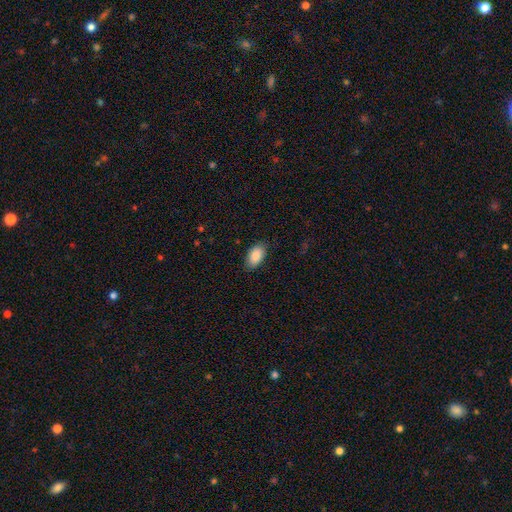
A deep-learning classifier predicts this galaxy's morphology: Smooth or featured?
  - smooth: 89% *
  - star or artifact: 6%
  - featured or disk: 5%
How rounded?
  - in between: 94% *
  - round: 4%
  - cigar-shaped: 2%
Merging?
  - none: 84% *
  - minor disturbance: 13%
  - major disturbance: 3%
  - merger: 1%